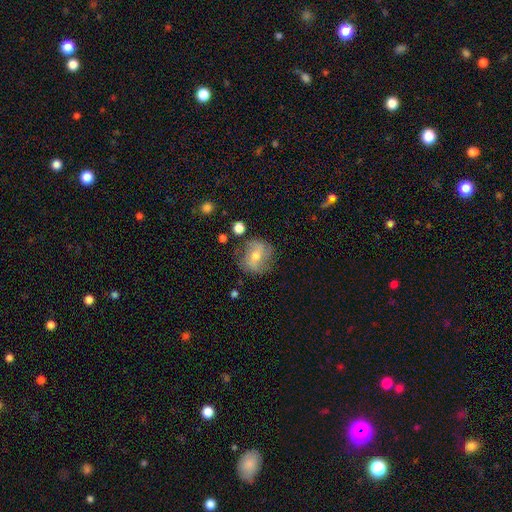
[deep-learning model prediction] Overall: featured or disk (59%; smooth 31%). Edge-on disk: no (96%). Bar: weak (41%; no 37%). Spiral arms: yes (76%). Bulge size: moderate (63%; small 32%). Merging: none (72%).